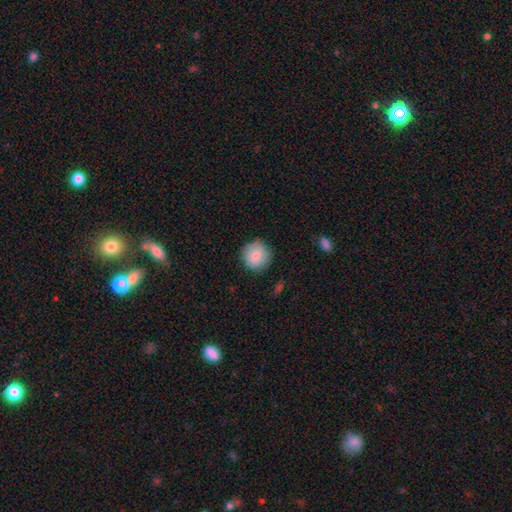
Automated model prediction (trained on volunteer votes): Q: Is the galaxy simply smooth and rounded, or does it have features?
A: smooth — 81%.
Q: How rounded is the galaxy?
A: round — 93%.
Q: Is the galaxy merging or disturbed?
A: none — 86%.